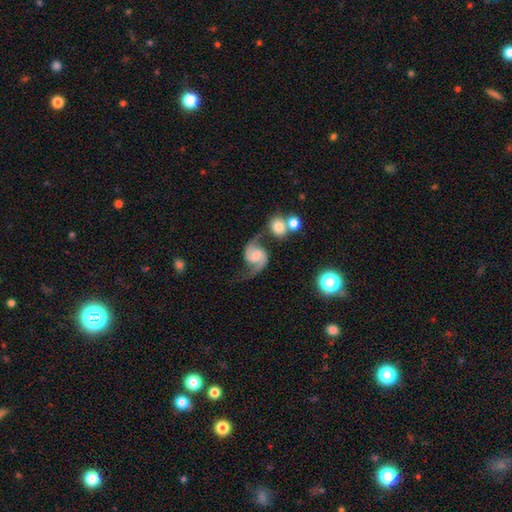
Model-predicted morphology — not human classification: Smooth or featured? Predicted: featured or disk (p=0.89). Edge-on disk? Predicted: no (p=0.98). Bar? Predicted: no (p=0.47). Spiral arms? Predicted: yes (p=0.98). Spiral winding? Predicted: medium (p=0.46). Spiral arm count? Predicted: 2 (p=0.94). Bulge size? Predicted: small (p=0.37). Merging? Predicted: none (p=0.65).